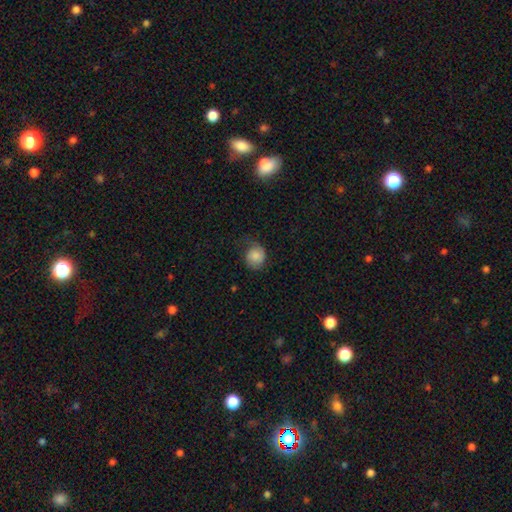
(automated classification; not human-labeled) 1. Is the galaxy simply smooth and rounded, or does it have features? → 77% smooth, 16% featured or disk, 8% star or artifact.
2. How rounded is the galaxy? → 74% round, 25% in between, 1% cigar-shaped.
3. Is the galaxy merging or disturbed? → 51% none, 32% minor disturbance, 16% major disturbance, 1% merger.